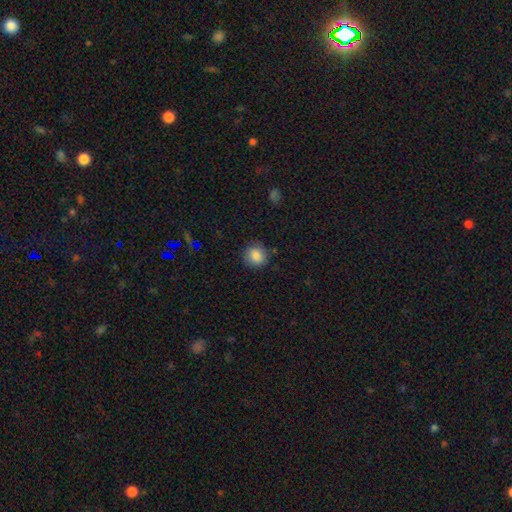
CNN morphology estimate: This is clearly a smooth galaxy (85%). How rounded: clearly round (88%). Merging: clearly none (86%).